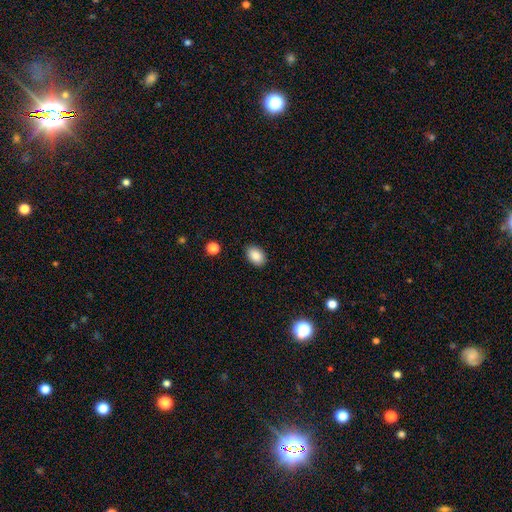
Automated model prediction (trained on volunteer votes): This appears to be a smooth galaxy with no disk features (88%) that is in between round and cigar-shaped (86%). Merging: none (88%).